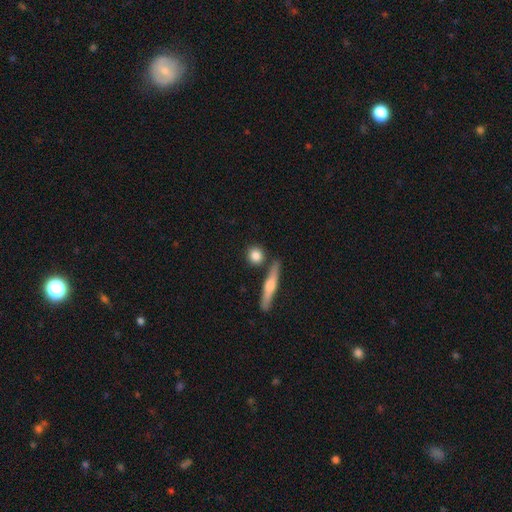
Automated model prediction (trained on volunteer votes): Smooth or featured?
  - smooth: 80% *
  - featured or disk: 12%
  - star or artifact: 7%
How rounded?
  - round: 79% *
  - in between: 14%
  - cigar-shaped: 7%
Merging?
  - none: 77% *
  - merger: 11%
  - minor disturbance: 9%
  - major disturbance: 3%